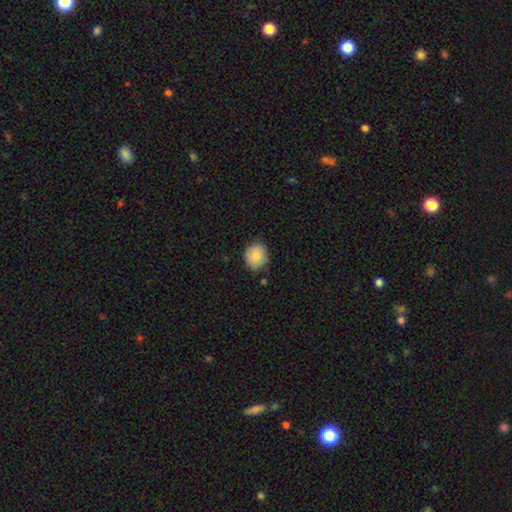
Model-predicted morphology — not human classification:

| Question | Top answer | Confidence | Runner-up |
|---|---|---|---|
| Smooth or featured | smooth | 84% | featured or disk (9%) |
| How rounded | round | 77% | in between (22%) |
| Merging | none | 80% | minor disturbance (16%) |